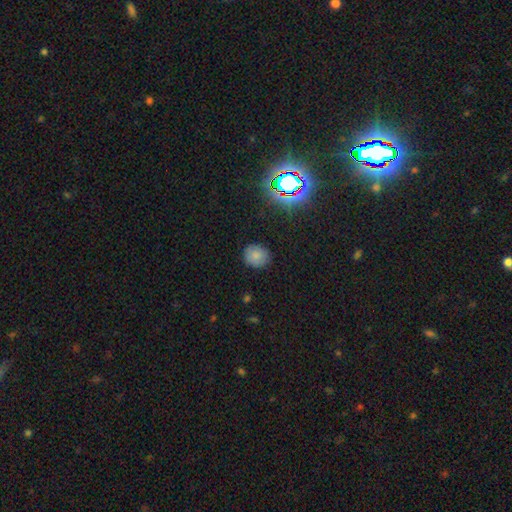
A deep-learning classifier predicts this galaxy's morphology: Q: Smooth or featured?
A: smooth (77%); runner-up: star or artifact (14%)
Q: How rounded?
A: round (77%); runner-up: in between (22%)
Q: Merging?
A: none (85%); runner-up: minor disturbance (11%)